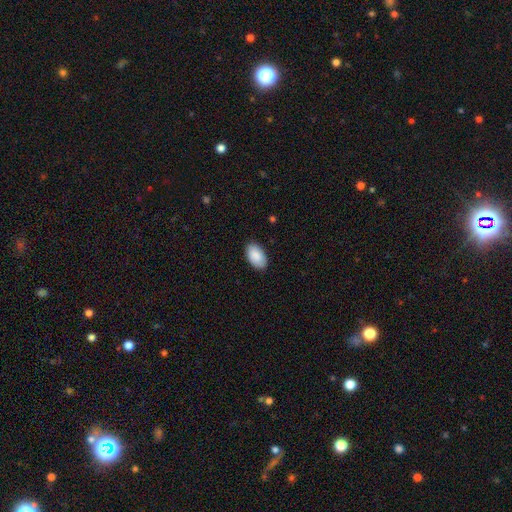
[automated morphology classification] A smooth galaxy with no disk features (89%) that is in between round and cigar-shaped (95%). Merging: none (87%).